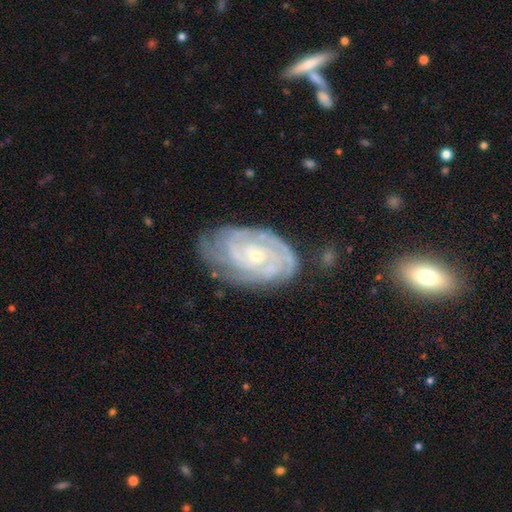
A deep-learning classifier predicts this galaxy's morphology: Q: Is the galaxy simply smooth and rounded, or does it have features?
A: featured or disk — 87%.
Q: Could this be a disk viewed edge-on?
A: no — 96%.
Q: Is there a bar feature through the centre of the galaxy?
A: no — 73%.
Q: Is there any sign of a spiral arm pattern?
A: yes — 96%.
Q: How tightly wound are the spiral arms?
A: tight — 78%.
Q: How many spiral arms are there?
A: can't tell — 32%.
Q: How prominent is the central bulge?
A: small — 70%.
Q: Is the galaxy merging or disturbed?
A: none — 69%.